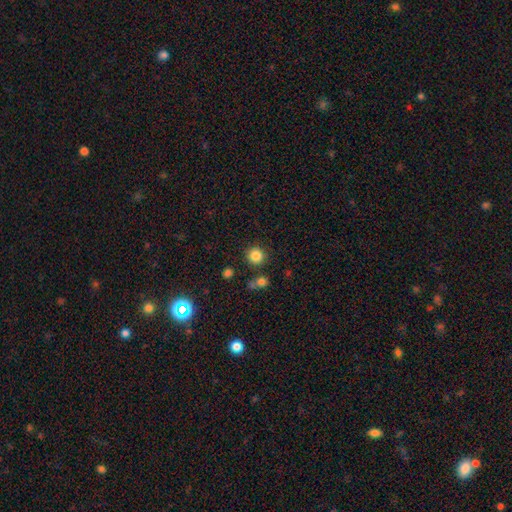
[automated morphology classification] The model was most divided on "smooth or featured": smooth: 84%, star or artifact: 12%, featured or disk: 4%. More confident: how rounded — round (93%); merging — none (85%).